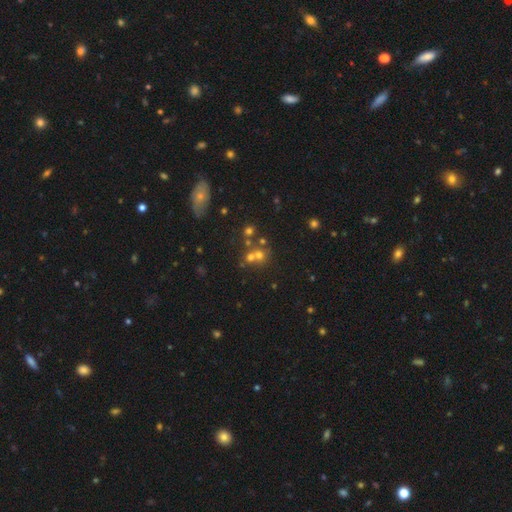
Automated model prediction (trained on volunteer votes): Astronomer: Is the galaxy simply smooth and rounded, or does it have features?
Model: smooth — 55%.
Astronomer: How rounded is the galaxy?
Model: round — 81%.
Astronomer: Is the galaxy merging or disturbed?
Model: none — 45% (runner-up: merger, 43%).